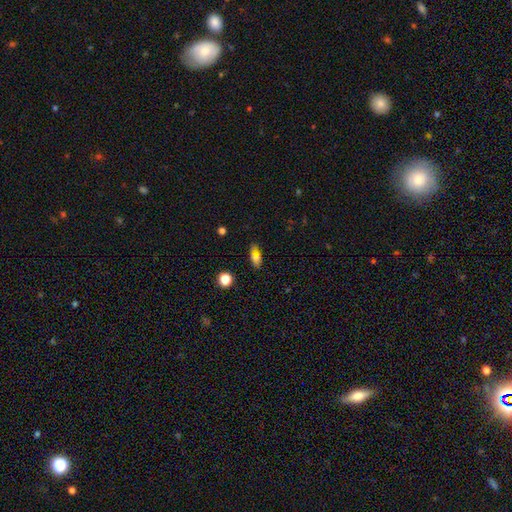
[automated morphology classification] smooth-or-featured: smooth: 65% | featured or disk: 20% | star or artifact: 15%
  how-rounded: in between: 78% | cigar-shaped: 14% | round: 8%
  merging: none: 81% | minor disturbance: 14% | major disturbance: 3% | merger: 2%